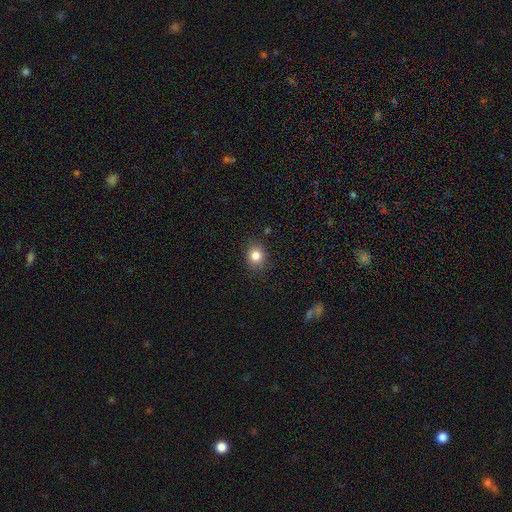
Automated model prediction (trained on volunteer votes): Smooth or featured? smooth (82%)
How rounded? round (74%)
Merging? none (88%)